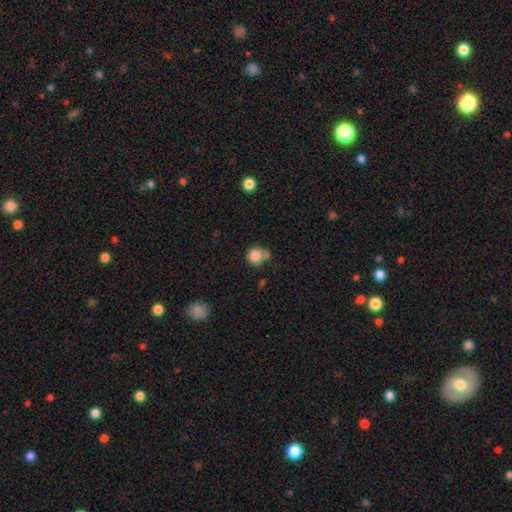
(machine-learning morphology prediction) Smooth or featured: smooth — 85% (star or artifact — 10%)
How rounded: round — 87% (in between — 12%)
Merging: none — 55% (minor disturbance — 22%)